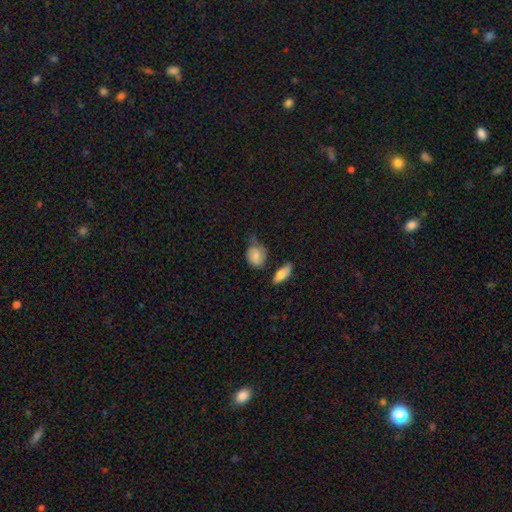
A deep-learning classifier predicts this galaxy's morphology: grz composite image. It shows a smooth galaxy with no disk features (78%) that is round (52%). Merging: none (46%).